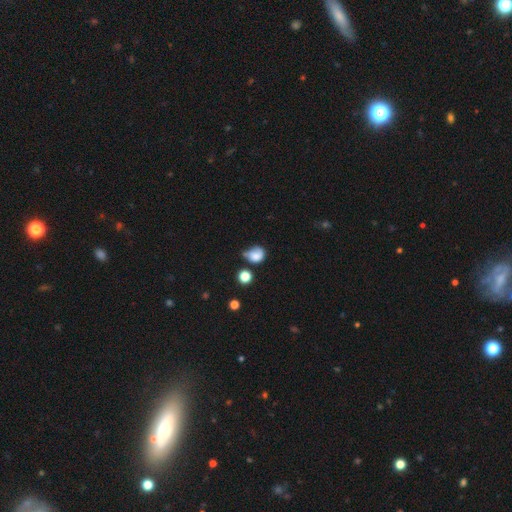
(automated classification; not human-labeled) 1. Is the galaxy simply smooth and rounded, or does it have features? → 72% smooth, 17% featured or disk, 11% star or artifact.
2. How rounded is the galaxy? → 56% round, 43% in between, 1% cigar-shaped.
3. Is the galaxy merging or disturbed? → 36% minor disturbance, 31% none, 21% major disturbance, 12% merger.